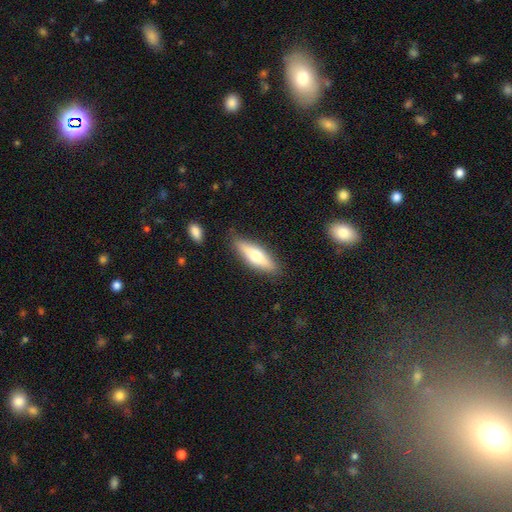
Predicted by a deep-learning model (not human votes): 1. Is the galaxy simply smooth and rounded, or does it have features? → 54% smooth, 40% featured or disk, 6% star or artifact.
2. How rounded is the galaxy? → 61% cigar-shaped, 37% in between, 2% round.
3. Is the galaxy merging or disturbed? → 83% none, 12% minor disturbance, 3% major disturbance, 2% merger.